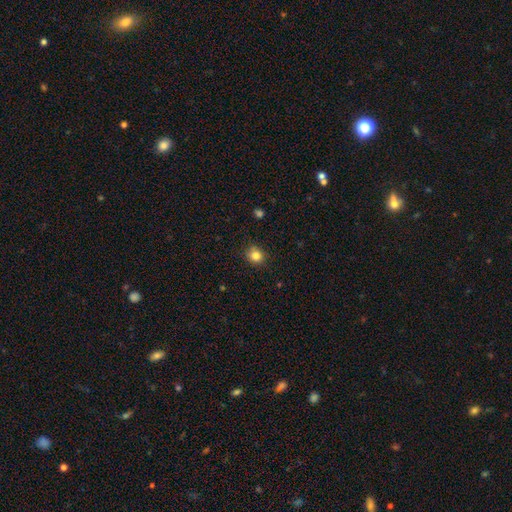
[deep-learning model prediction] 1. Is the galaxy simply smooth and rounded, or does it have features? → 83% smooth, 12% star or artifact, 5% featured or disk.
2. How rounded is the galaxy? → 84% round, 15% in between, 1% cigar-shaped.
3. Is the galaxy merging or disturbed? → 85% none, 11% minor disturbance, 2% major disturbance, 1% merger.